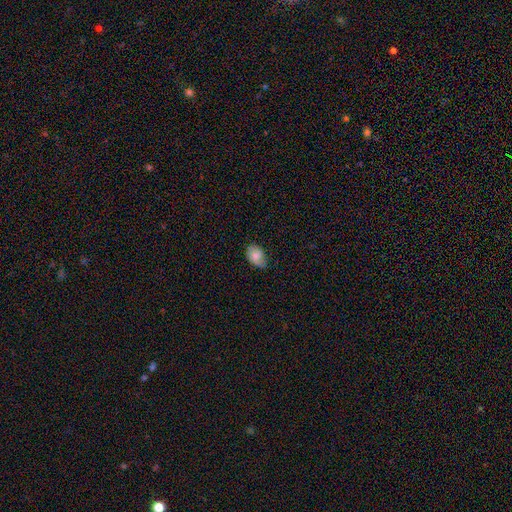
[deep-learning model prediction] A smooth galaxy with no disk features (76%) that is in between round and cigar-shaped (83%).

Vote fractions:
- Smooth or featured? smooth: 76% / featured or disk: 17% / star or artifact: 8%
- How rounded? in between: 83% / round: 16% / cigar-shaped: 1%
- Merging? none: 66% / minor disturbance: 28% / major disturbance: 5% / merger: 1%